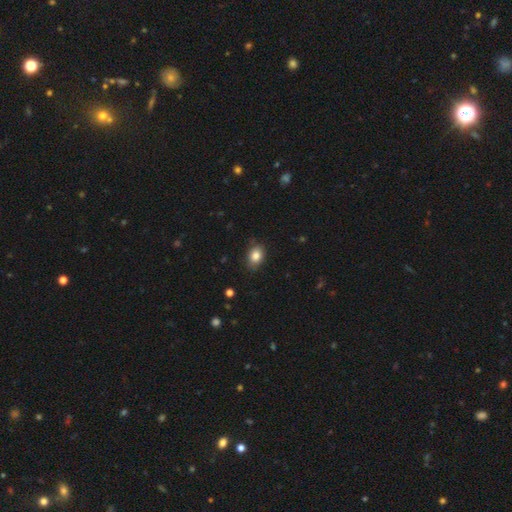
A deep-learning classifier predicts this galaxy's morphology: Overall: smooth (85%). How rounded: in between (68%; round 30%). Merging: none (80%).